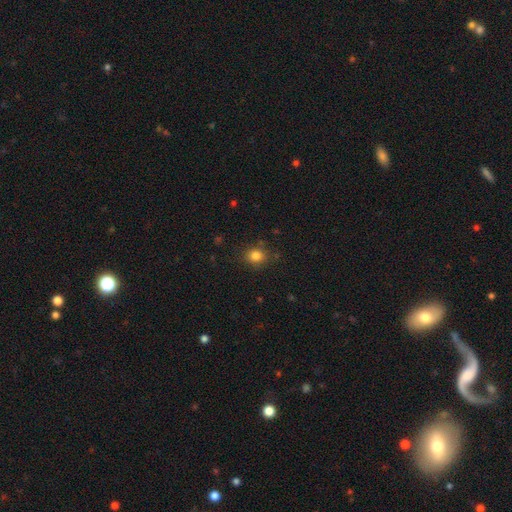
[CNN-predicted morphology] The model was most divided on "how rounded": round: 70%, in between: 29%, cigar-shaped: 1%. More confident: smooth or featured — smooth (82%); merging — none (82%).